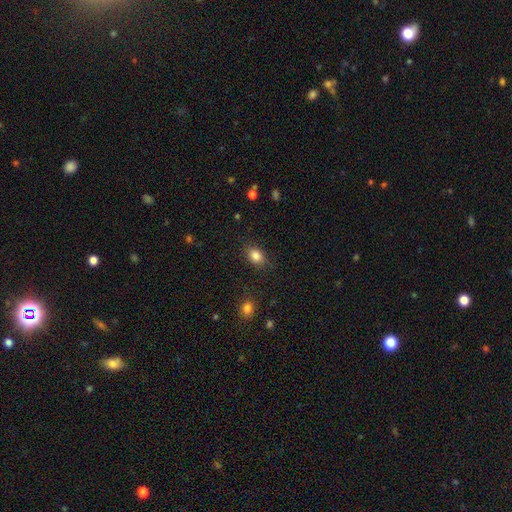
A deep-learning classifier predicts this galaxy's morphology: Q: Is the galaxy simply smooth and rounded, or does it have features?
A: smooth — 85%.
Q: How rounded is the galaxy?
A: in between — 72%.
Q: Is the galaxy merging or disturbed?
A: none — 80%.